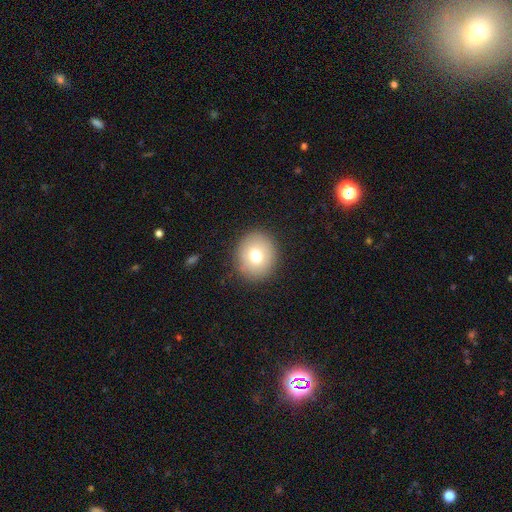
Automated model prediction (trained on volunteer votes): Smooth or featured: smooth — 73% (featured or disk — 17%)
How rounded: round — 81% (in between — 18%)
Merging: none — 89% (minor disturbance — 7%)